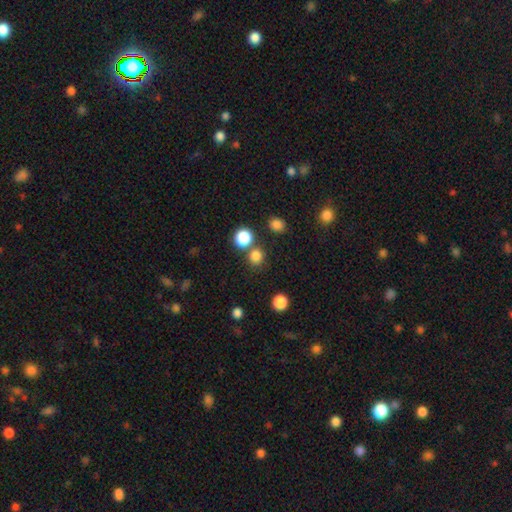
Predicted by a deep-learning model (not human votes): Morphology: type=smooth (81%); roundness=round (89%); merging=none (73%).